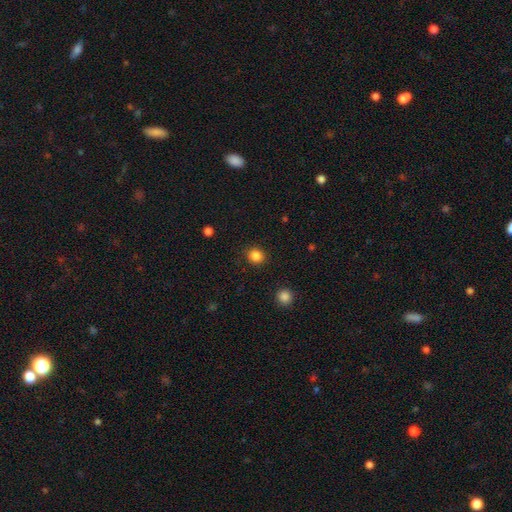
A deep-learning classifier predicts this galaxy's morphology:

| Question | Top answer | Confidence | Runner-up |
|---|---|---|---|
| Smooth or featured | smooth | 86% | star or artifact (11%) |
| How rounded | round | 83% | in between (16%) |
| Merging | none | 90% | minor disturbance (7%) |